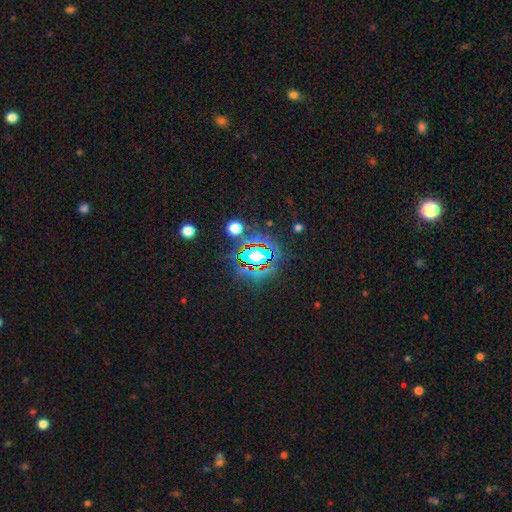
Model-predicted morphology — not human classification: This is clearly a star or artifact rather than a galaxy (81%).